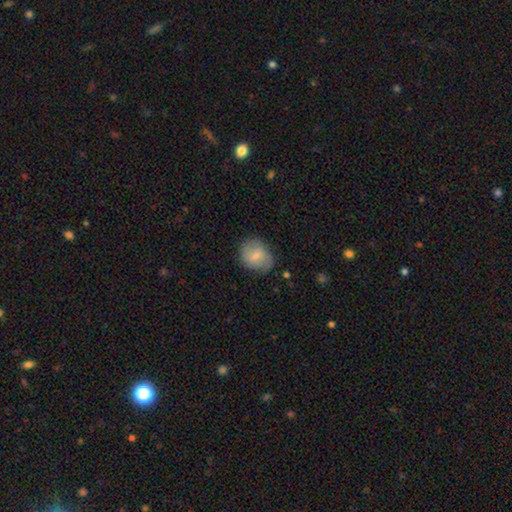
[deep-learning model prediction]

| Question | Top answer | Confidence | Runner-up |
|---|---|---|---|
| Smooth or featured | smooth | 71% | featured or disk (22%) |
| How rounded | round | 58% | in between (41%) |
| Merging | none | 75% | minor disturbance (19%) |